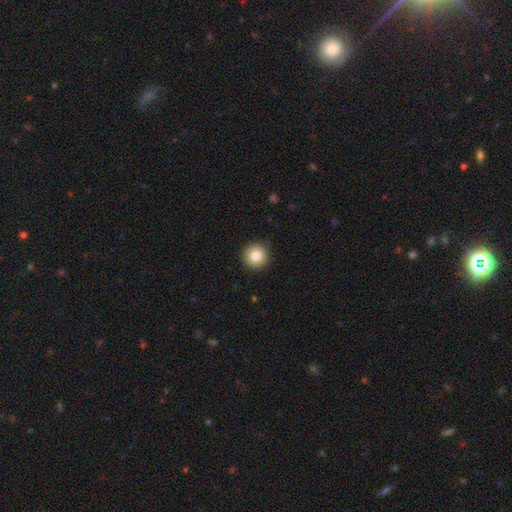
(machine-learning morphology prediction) The model was most divided on "smooth or featured": smooth: 83%, star or artifact: 9%, featured or disk: 8%. More confident: how rounded — round (96%); merging — none (90%).